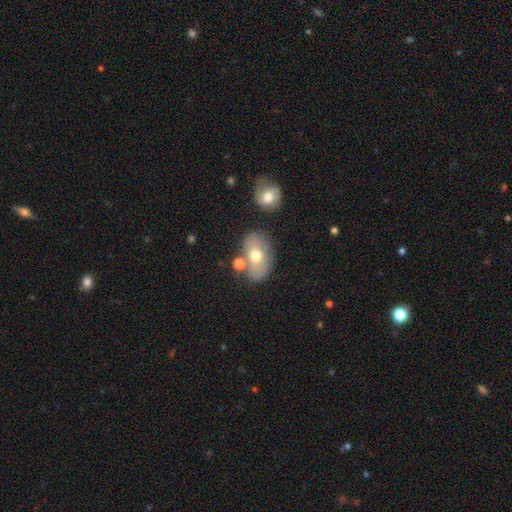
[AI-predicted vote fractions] smooth_or_featured: smooth (p=0.65) [alt: featured or disk p=0.26]
how_rounded: in between (p=0.80) [alt: round p=0.19]
merging: none (p=0.65) [alt: merger p=0.15]